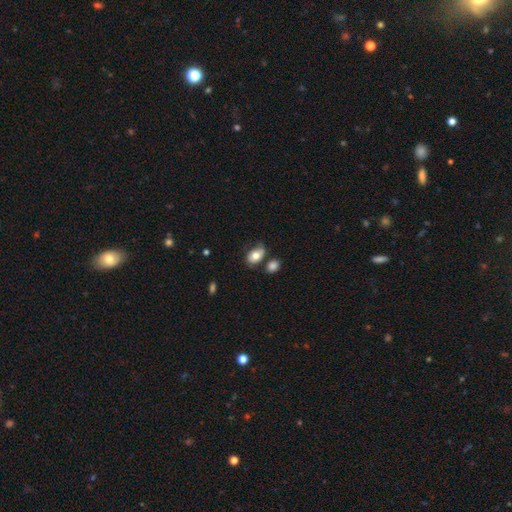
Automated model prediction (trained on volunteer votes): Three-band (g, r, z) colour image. It shows a smooth galaxy with no disk features (72%) that is in between round and cigar-shaped (82%). Merging: none (55%).